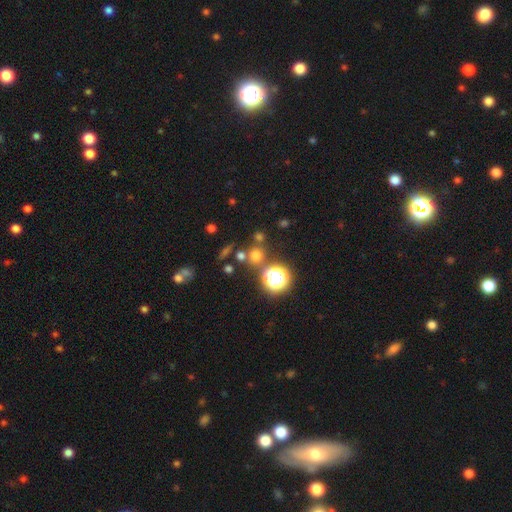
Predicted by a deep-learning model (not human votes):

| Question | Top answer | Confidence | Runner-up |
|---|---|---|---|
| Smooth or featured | smooth | 63% | star or artifact (28%) |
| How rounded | round | 90% | in between (8%) |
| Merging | none | 73% | merger (16%) |